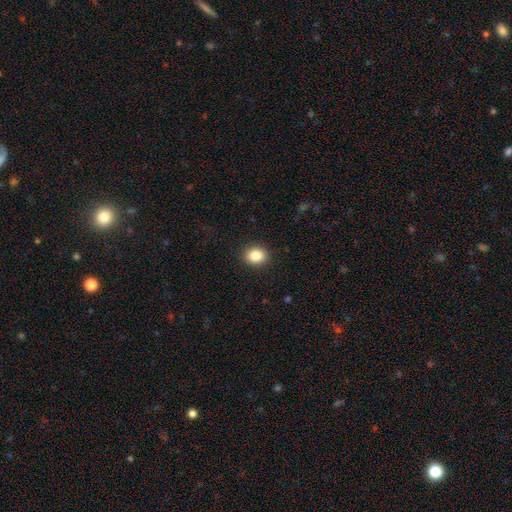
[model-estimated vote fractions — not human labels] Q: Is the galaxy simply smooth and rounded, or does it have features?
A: smooth — 84%.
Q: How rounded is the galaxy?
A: round — 66%.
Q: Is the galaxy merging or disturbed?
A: none — 91%.